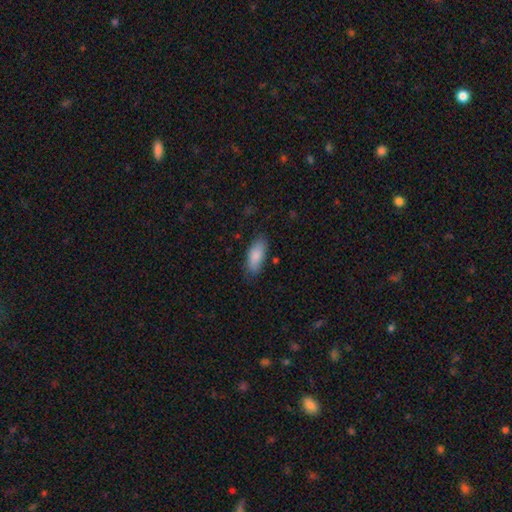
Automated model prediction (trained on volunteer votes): Smooth or featured? Predicted: smooth (p=0.86). How rounded? Predicted: in between (p=0.82). Merging? Predicted: none (p=0.78).